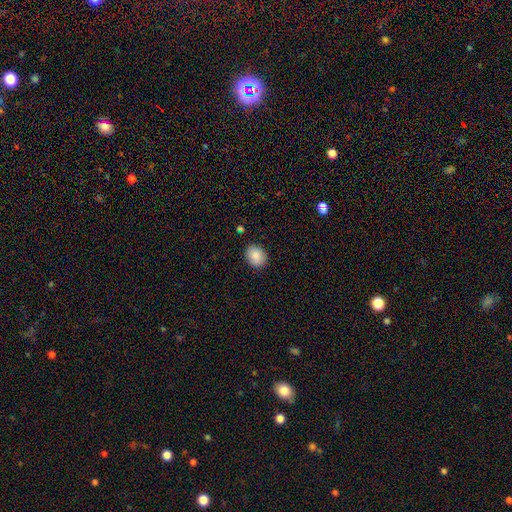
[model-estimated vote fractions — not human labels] Q: Smooth or featured?
A: smooth (85%); runner-up: star or artifact (8%)
Q: How rounded?
A: round (55%); runner-up: in between (44%)
Q: Merging?
A: none (88%); runner-up: minor disturbance (9%)